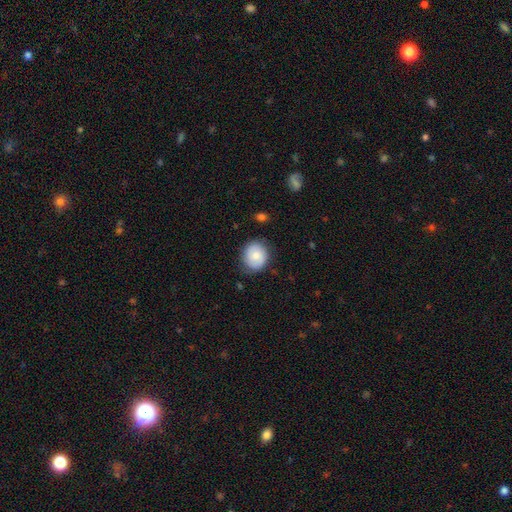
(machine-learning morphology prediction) Smooth or featured: smooth — 67% (featured or disk — 26%)
How rounded: round — 71% (in between — 28%)
Merging: none — 78% (minor disturbance — 17%)